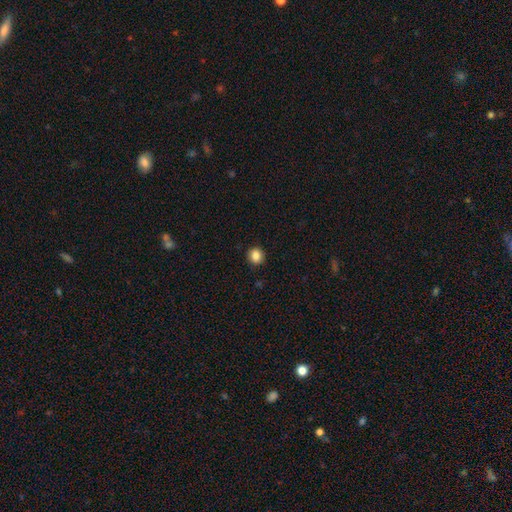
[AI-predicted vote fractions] smooth_or_featured: smooth (p=0.85) [alt: star or artifact p=0.10]
how_rounded: round (p=0.86) [alt: in between p=0.13]
merging: none (p=0.91) [alt: minor disturbance p=0.06]